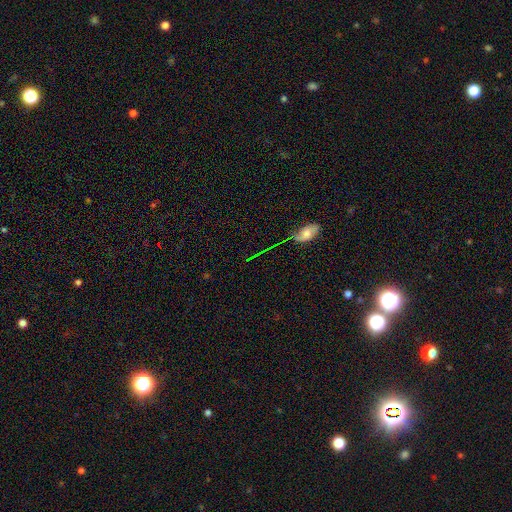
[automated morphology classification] This appears to be a star or artifact, not a galaxy (51%).